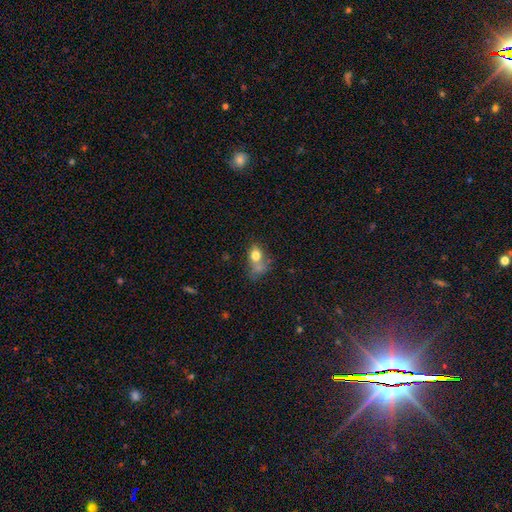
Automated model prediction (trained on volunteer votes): Morphology: type=smooth (74%); roundness=in between (67%); merging=merger (35%).